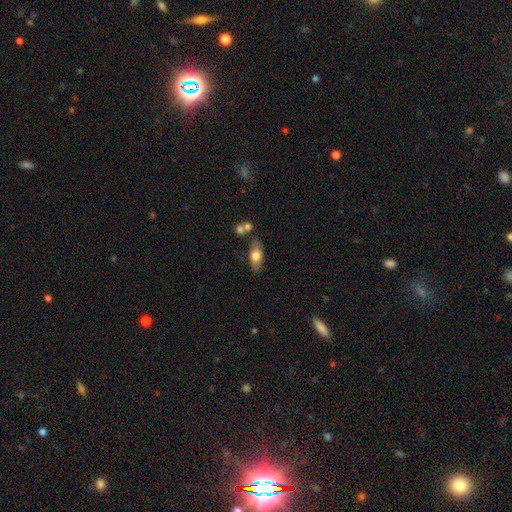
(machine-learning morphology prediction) This appears to be a smooth galaxy with no disk features (64%) that is in between round and cigar-shaped (78%). Merging: none (71%).